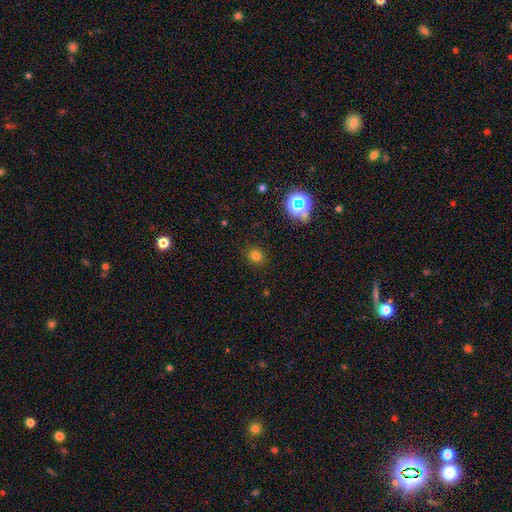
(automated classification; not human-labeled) smooth-or-featured: smooth: 74% | star or artifact: 20% | featured or disk: 6%
  how-rounded: round: 71% | in between: 28% | cigar-shaped: 1%
  merging: none: 87% | minor disturbance: 9% | major disturbance: 3% | merger: 1%